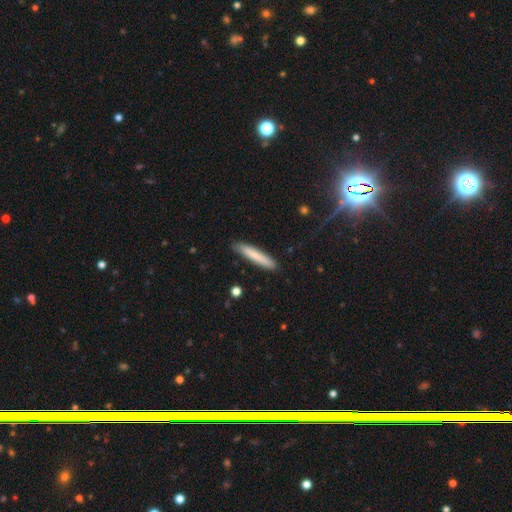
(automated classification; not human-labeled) Smooth or featured? Predicted: smooth (p=0.79). How rounded? Predicted: cigar-shaped (p=0.92). Merging? Predicted: none (p=0.88).